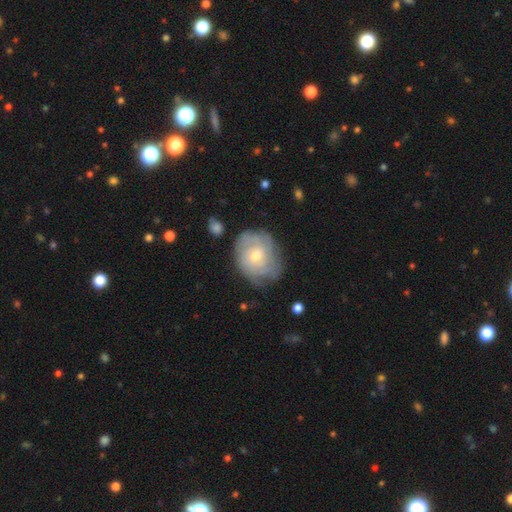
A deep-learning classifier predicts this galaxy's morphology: type=featured or disk (65%); edge-on=no (97%); bar=no (65%); spiral arms=yes (81%); winding=tight (65%); arm count=can't tell (58%); bulge=small (49%); merging=none (67%).